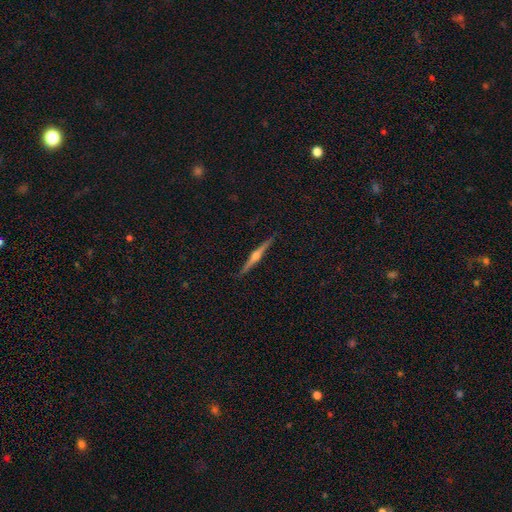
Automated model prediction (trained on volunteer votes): A featured or disk galaxy (80%) viewed edge-on (98%) with a rounded central bulge (92%). Merging: none (91%).